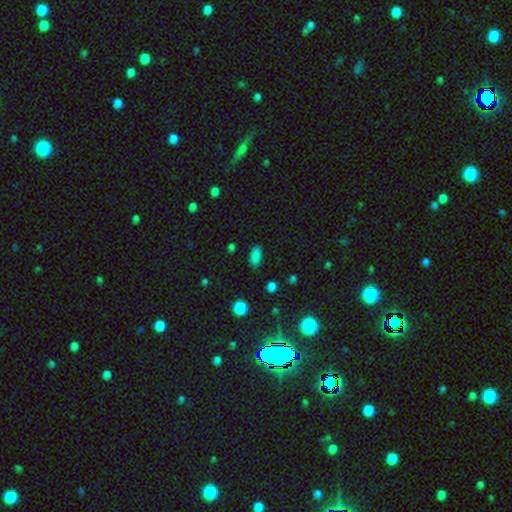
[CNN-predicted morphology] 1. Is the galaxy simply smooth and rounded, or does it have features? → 82% smooth, 14% star or artifact, 4% featured or disk.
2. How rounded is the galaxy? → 90% in between, 5% cigar-shaped, 5% round.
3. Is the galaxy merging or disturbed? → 83% none, 12% minor disturbance, 3% major disturbance, 2% merger.